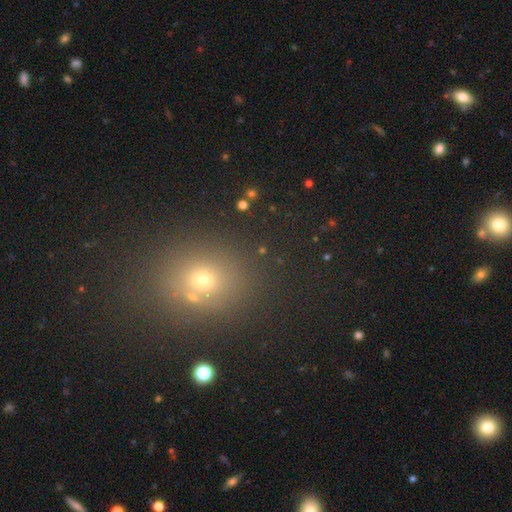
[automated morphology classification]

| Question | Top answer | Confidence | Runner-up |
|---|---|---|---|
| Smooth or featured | smooth | 56% | star or artifact (35%) |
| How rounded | round | 64% | in between (34%) |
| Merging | none | 84% | minor disturbance (8%) |